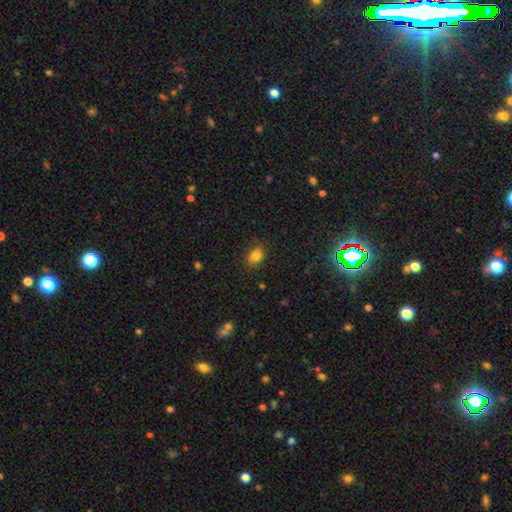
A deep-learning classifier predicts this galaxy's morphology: smooth_or_featured: smooth (p=0.82) [alt: star or artifact p=0.11]
how_rounded: in between (p=0.70) [alt: round p=0.29]
merging: none (p=0.84) [alt: minor disturbance p=0.11]